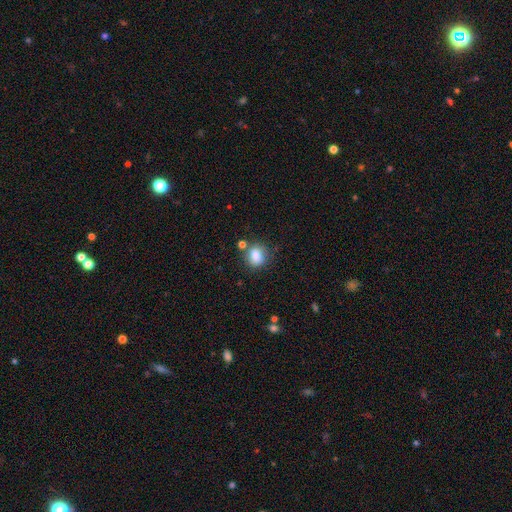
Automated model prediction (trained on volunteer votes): Smooth or featured?
  - smooth: 83% *
  - star or artifact: 9%
  - featured or disk: 7%
How rounded?
  - round: 72% *
  - in between: 27%
  - cigar-shaped: 1%
Merging?
  - none: 70% *
  - minor disturbance: 15%
  - merger: 11%
  - major disturbance: 5%